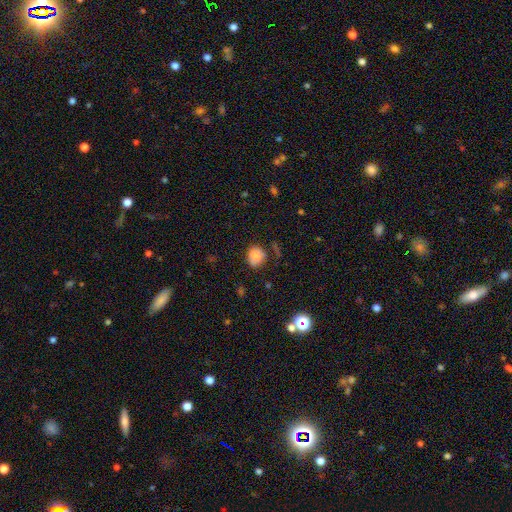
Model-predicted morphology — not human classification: This appears to be a smooth galaxy with no disk features (78%) that is round (74%). Merging: none (69%).